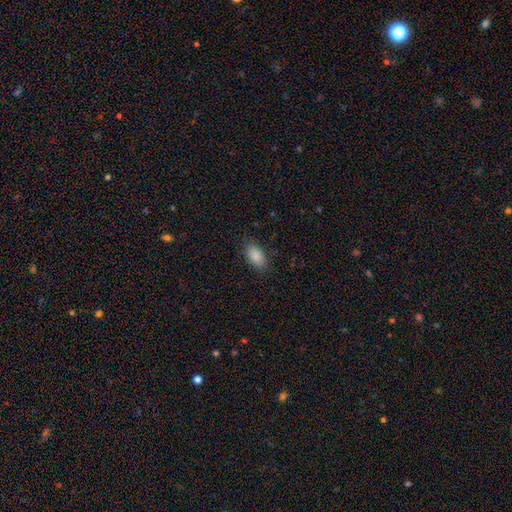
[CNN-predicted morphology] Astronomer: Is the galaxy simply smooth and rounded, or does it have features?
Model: smooth — 88%.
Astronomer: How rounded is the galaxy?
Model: in between — 92%.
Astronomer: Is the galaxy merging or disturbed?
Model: none — 84%.